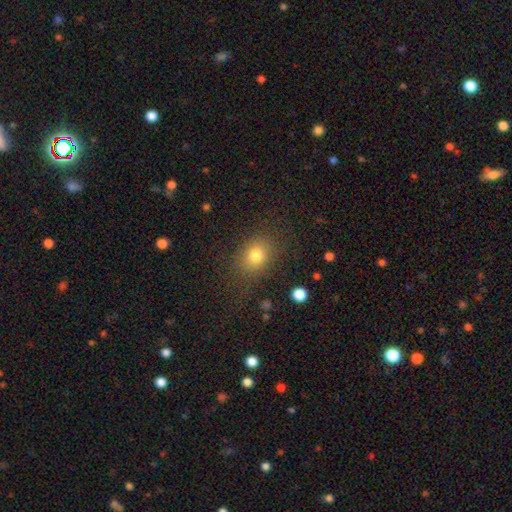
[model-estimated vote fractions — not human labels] Overall: smooth (78%). How rounded: round (52%; in between 46%). Merging: none (79%).